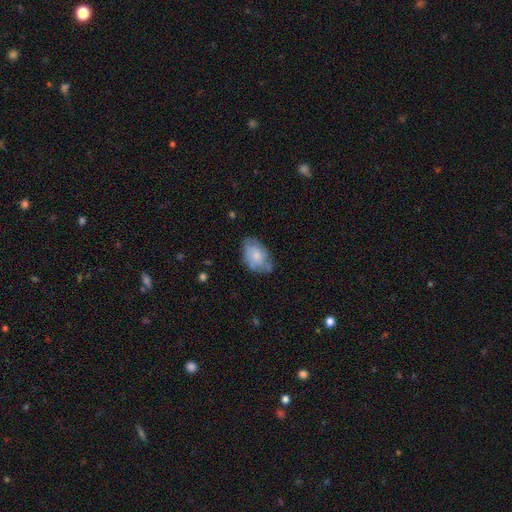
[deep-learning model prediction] smooth-or-featured: smooth: 59% | featured or disk: 34% | star or artifact: 7%
  how-rounded: in between: 87% | round: 11% | cigar-shaped: 1%
  merging: none: 56% | minor disturbance: 31% | major disturbance: 10% | merger: 4%